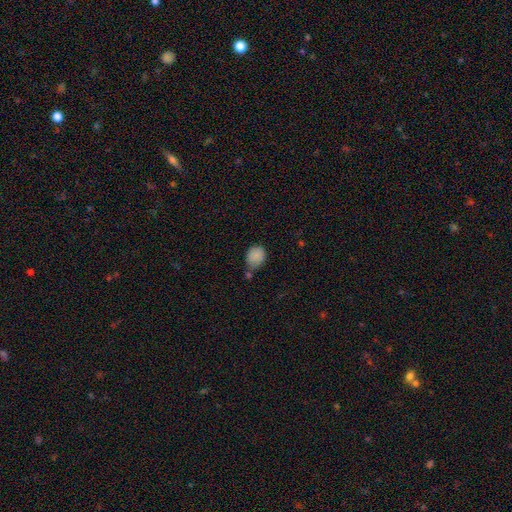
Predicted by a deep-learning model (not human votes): A smooth galaxy with no disk features (87%) that is round (62%).

Vote fractions:
- Smooth or featured? smooth: 87% / star or artifact: 9% / featured or disk: 4%
- How rounded? round: 62% / in between: 37% / cigar-shaped: 1%
- Merging? none: 57% / minor disturbance: 24% / merger: 14% / major disturbance: 6%